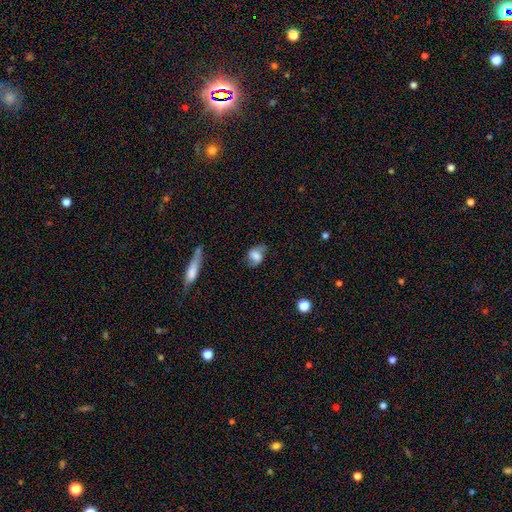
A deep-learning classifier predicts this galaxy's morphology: smooth 54%, featured or disk 37%, star or artifact 9%. Down the decision tree: how rounded — in between (68%); merging — none (61%).